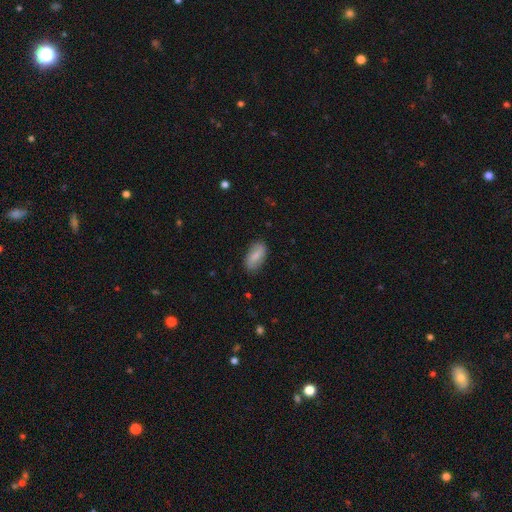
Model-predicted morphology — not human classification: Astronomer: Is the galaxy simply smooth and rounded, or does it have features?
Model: smooth — 75%.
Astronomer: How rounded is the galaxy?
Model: in between — 89%.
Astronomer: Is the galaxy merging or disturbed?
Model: none — 82%.